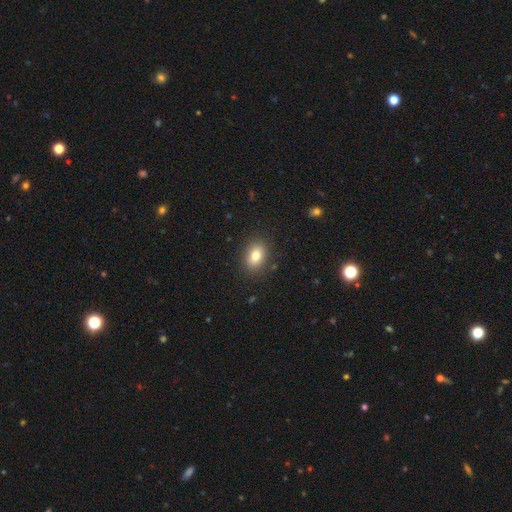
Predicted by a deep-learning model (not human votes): A smooth galaxy with no disk features (80%) that is in between round and cigar-shaped (73%). Merging: none (86%).